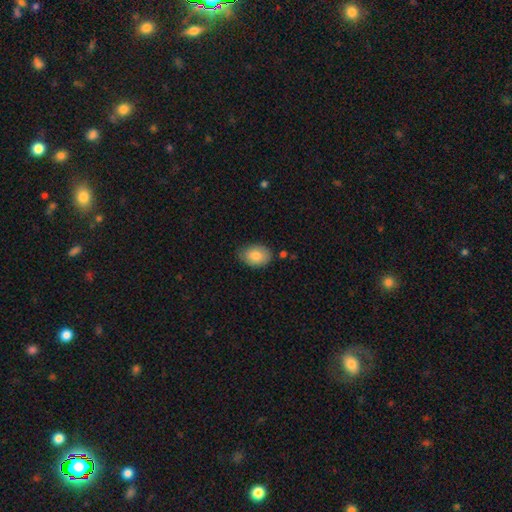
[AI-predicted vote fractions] smooth-or-featured: smooth: 83% | featured or disk: 10% | star or artifact: 7%
  how-rounded: in between: 81% | round: 18% | cigar-shaped: 1%
  merging: none: 74% | minor disturbance: 20% | major disturbance: 3% | merger: 3%